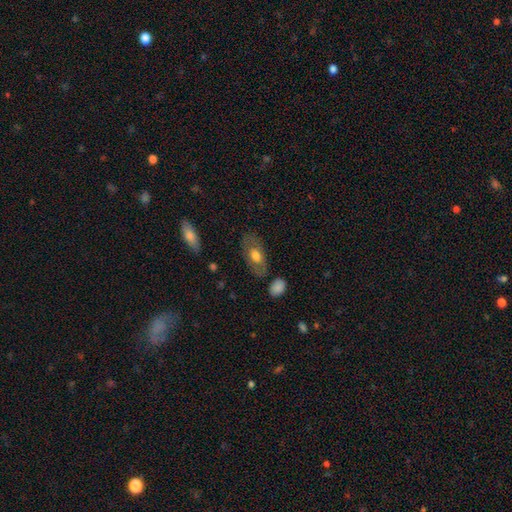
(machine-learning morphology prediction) type=smooth (58%); roundness=in between (90%); merging=none (75%).